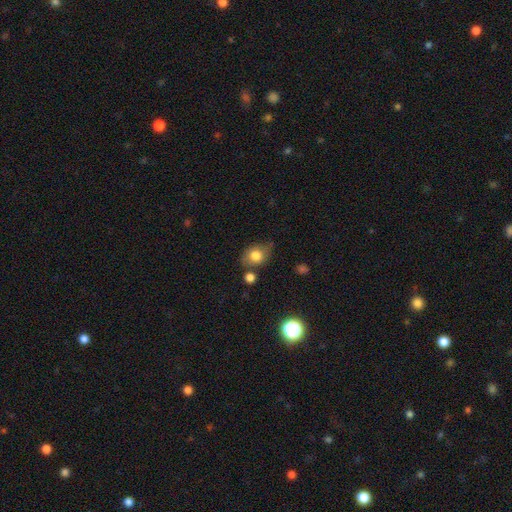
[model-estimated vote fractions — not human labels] smooth 79%, featured or disk 11%, star or artifact 10%. Down the decision tree: how rounded — in between (56%); merging — none (66%).